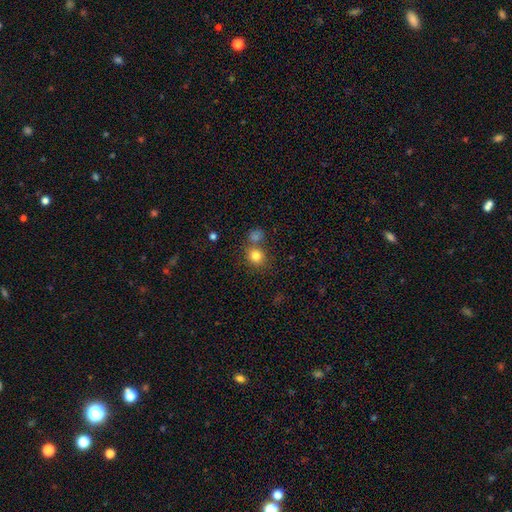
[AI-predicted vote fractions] The model was most divided on "merging": none: 63%, merger: 23%, minor disturbance: 10%, major disturbance: 4%. More confident: how rounded — round (81%); smooth or featured — smooth (80%).